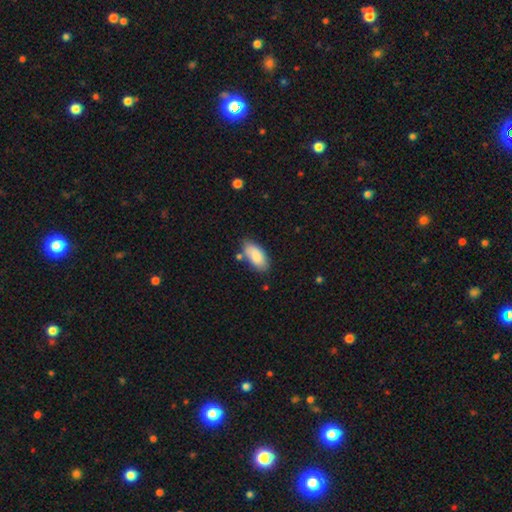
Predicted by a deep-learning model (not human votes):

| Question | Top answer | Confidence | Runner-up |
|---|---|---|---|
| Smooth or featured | smooth | 86% | featured or disk (8%) |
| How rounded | in between | 91% | cigar-shaped (7%) |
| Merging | none | 72% | minor disturbance (17%) |